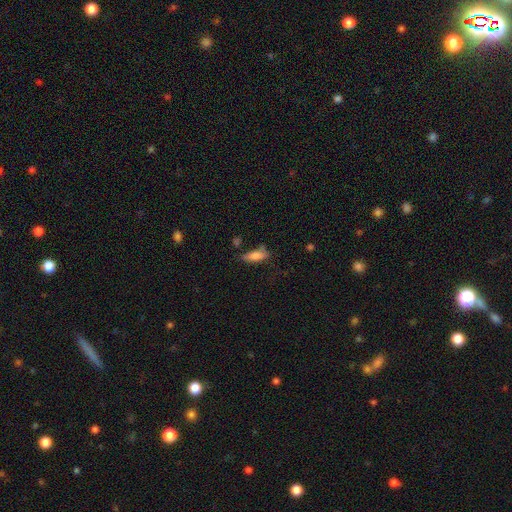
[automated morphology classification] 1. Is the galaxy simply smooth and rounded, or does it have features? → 77% smooth, 15% featured or disk, 8% star or artifact.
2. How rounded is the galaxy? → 61% in between, 37% cigar-shaped, 2% round.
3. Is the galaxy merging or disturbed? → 51% none, 29% minor disturbance, 12% major disturbance, 8% merger.